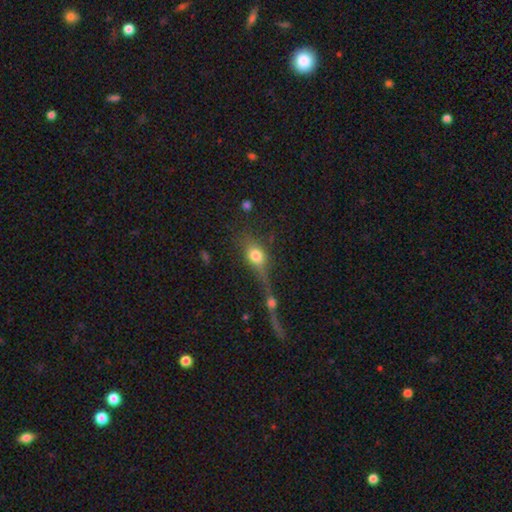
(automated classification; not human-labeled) smooth 65%, featured or disk 21%, star or artifact 14%. Down the decision tree: how rounded — in between (50%); merging — merger (38%).